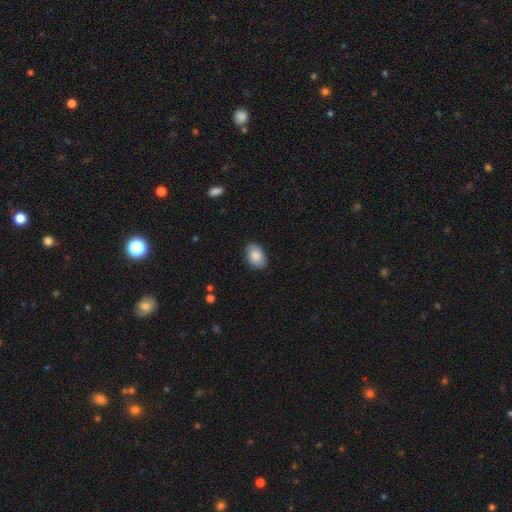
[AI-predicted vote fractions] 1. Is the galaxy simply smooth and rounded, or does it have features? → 87% smooth, 7% featured or disk, 6% star or artifact.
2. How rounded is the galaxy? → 88% in between, 11% round, 1% cigar-shaped.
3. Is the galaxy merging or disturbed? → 84% none, 12% minor disturbance, 2% major disturbance, 1% merger.